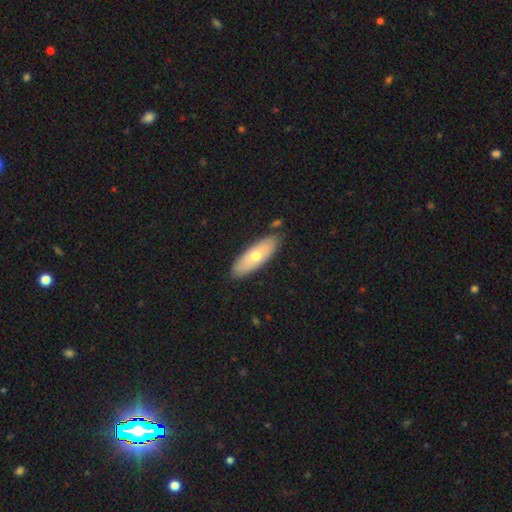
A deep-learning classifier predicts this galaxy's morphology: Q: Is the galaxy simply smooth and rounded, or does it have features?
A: smooth — 57%.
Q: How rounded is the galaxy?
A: in between — 58%.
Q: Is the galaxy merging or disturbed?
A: none — 85%.